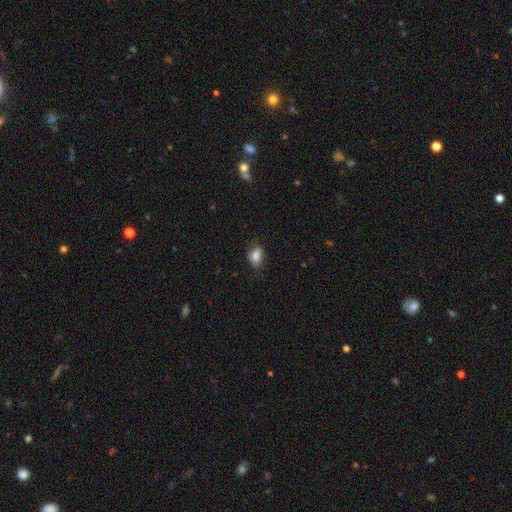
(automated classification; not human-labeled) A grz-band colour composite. It shows a smooth galaxy with no disk features (81%) that is in between round and cigar-shaped (77%). Merging: none (67%).